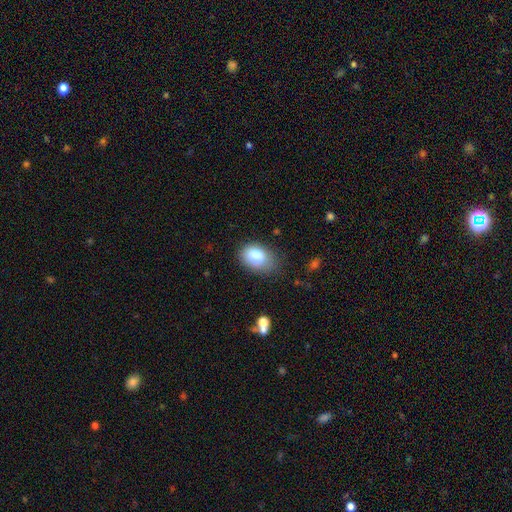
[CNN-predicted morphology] This appears to be a smooth galaxy with no disk features (83%) that is in between round and cigar-shaped (82%). Merging: none (69%).